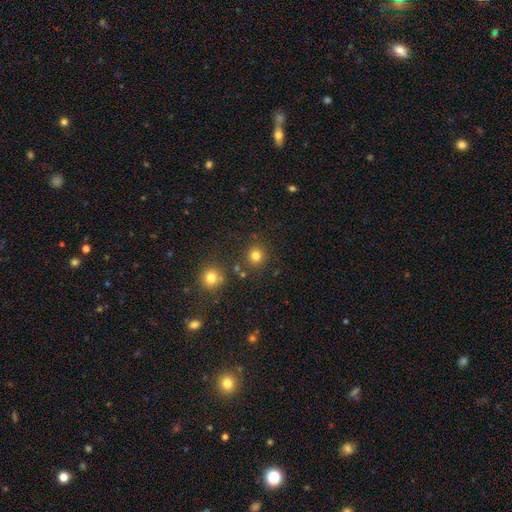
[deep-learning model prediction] This is likely a smooth galaxy (79%). How rounded: clearly round (92%). Merging: clearly none (85%).